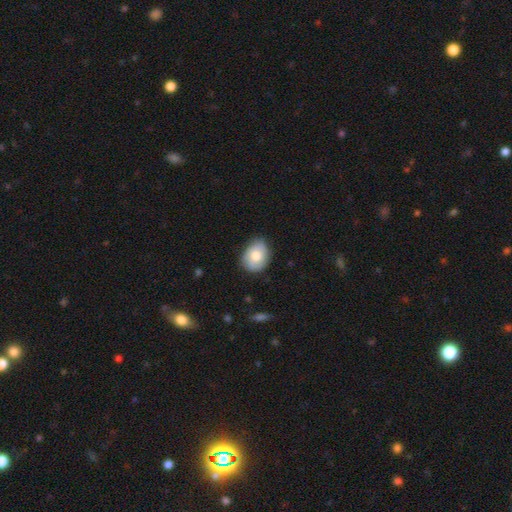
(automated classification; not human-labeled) smooth 72%, featured or disk 21%, star or artifact 7%. Down the decision tree: how rounded — in between (64%); merging — none (76%).